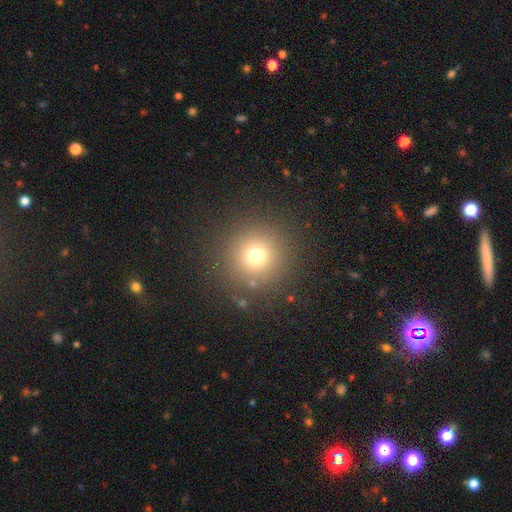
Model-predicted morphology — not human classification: Smooth or featured: smooth — 72% (star or artifact — 19%)
How rounded: round — 95% (in between — 4%)
Merging: none — 87% (minor disturbance — 7%)